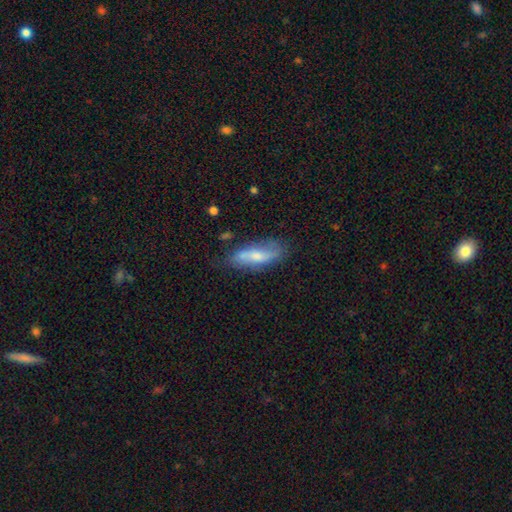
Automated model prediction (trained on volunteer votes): A smooth galaxy with no disk features (47%).

Vote fractions:
- Smooth or featured? smooth: 47% / featured or disk: 45% / star or artifact: 8%
- Merging? none: 70% / minor disturbance: 22% / major disturbance: 5% / merger: 3%